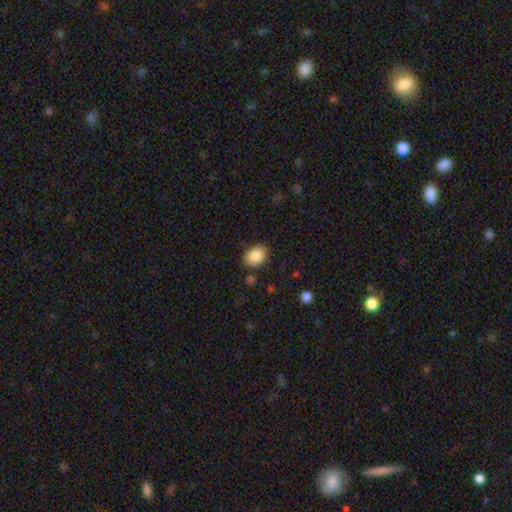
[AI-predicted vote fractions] Overall: smooth (86%). How rounded: in between (70%). Merging: none (83%).